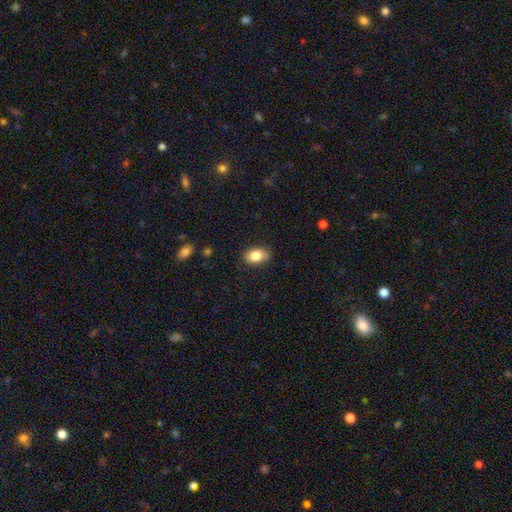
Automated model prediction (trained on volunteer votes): Smooth or featured: smooth — 84% (featured or disk — 8%)
How rounded: in between — 88% (round — 11%)
Merging: none — 86% (minor disturbance — 11%)